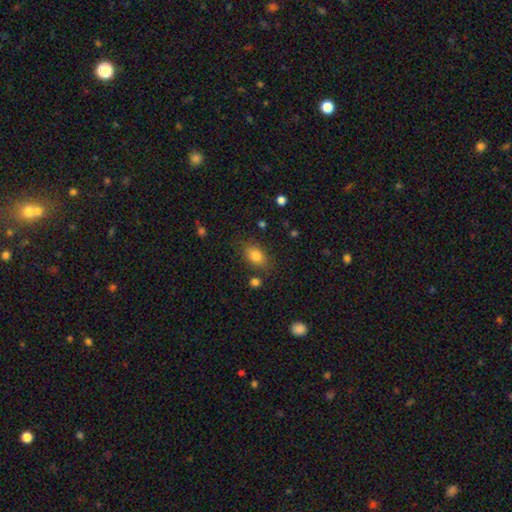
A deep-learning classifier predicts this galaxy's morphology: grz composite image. It shows a smooth galaxy with no disk features (83%) that is in between round and cigar-shaped (81%). Merging: none (76%).